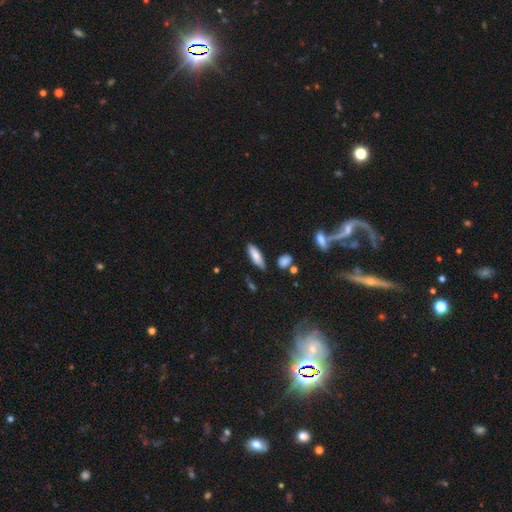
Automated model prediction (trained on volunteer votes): smooth 80%, featured or disk 14%, star or artifact 7%. Down the decision tree: how rounded — in between (61%); merging — none (77%).